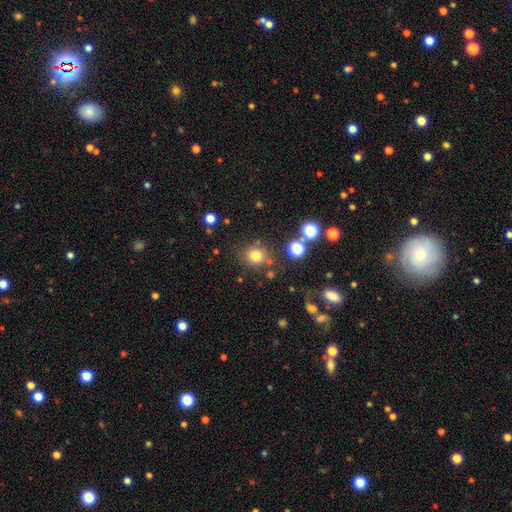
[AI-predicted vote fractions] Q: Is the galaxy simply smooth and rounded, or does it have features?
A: smooth — 76%.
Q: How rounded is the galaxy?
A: round — 87%.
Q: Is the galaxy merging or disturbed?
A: none — 79%.